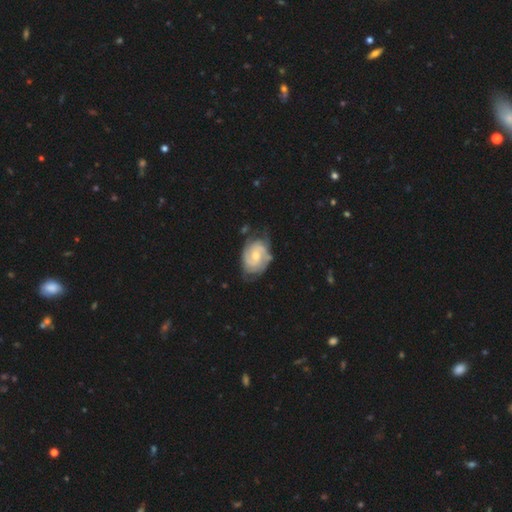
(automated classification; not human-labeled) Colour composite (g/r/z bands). It shows a featured or disk galaxy (84%) with no bar (54%), 2 (61%) tight (57%) spiral arms (96%) and a moderate central bulge (53%). Merging: none (66%).